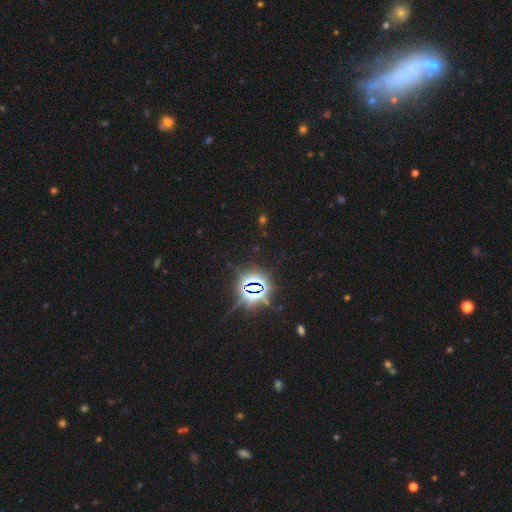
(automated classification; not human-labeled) Morphology: type=star or artifact (80%).